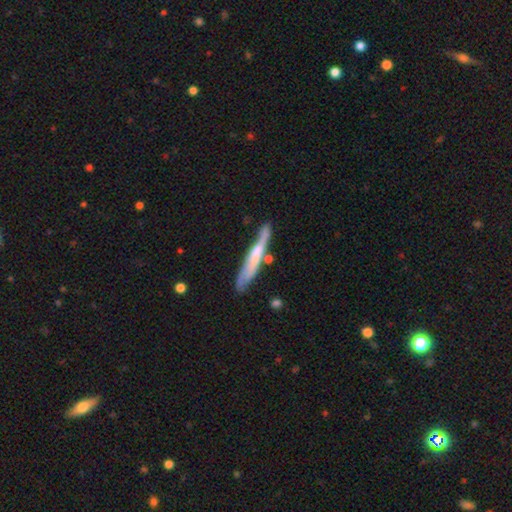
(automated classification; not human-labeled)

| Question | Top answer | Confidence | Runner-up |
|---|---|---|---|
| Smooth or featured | smooth | 49% | featured or disk (45%) |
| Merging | none | 60% | minor disturbance (22%) |